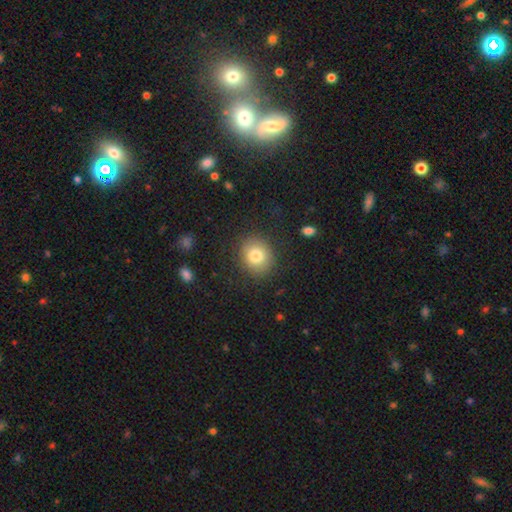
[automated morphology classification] type=smooth (80%); roundness=round (70%); merging=none (85%).